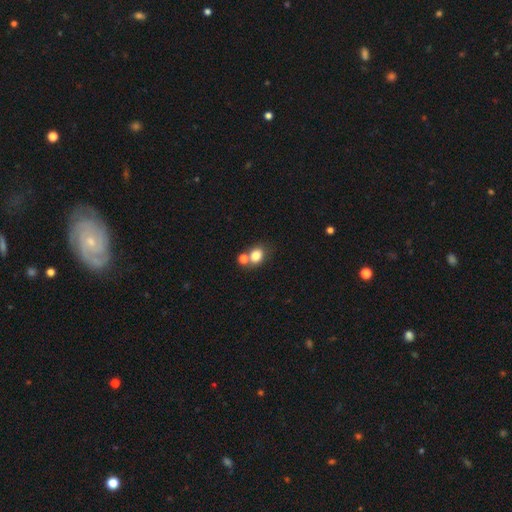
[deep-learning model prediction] This appears to be a smooth galaxy with no disk features (80%) that is round (56%). Merging: none (52%).